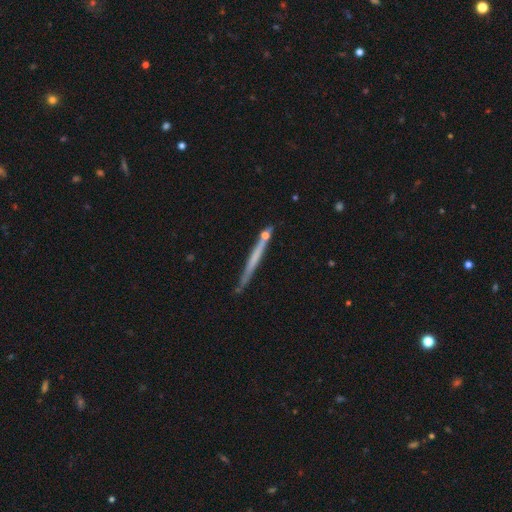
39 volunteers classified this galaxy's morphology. Smooth or featured: featured or disk — 62% (smooth — 36%)
Edge-on disk: yes — 100%
Edge-on bulge: none — 83% (rounded — 17%)
Merging: none — 74% (minor disturbance — 18%)